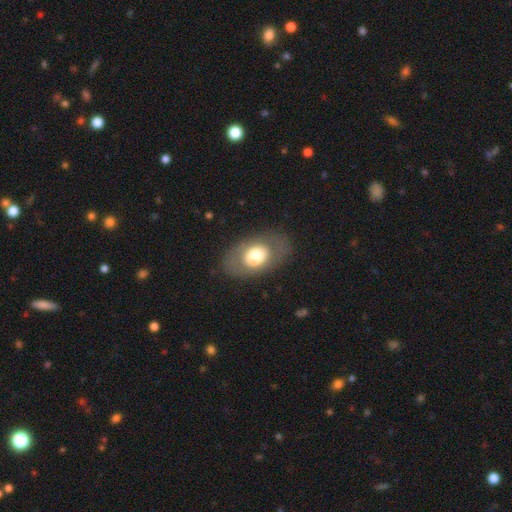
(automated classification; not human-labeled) Smooth or featured? Predicted: smooth (p=0.61). How rounded? Predicted: in between (p=0.85). Merging? Predicted: none (p=0.79).